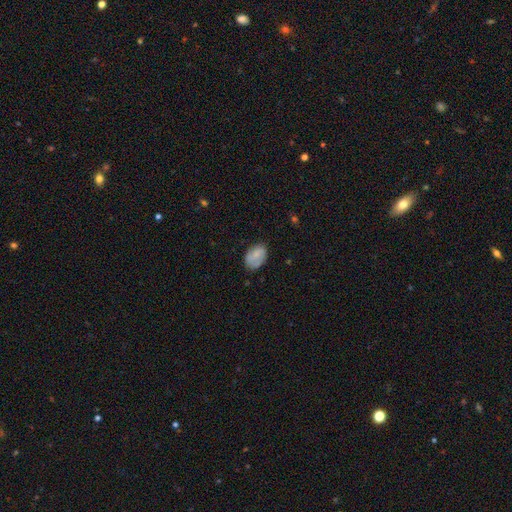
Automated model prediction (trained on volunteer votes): A smooth galaxy with no disk features (71%) that is in between round and cigar-shaped (84%). Merging: none (67%).